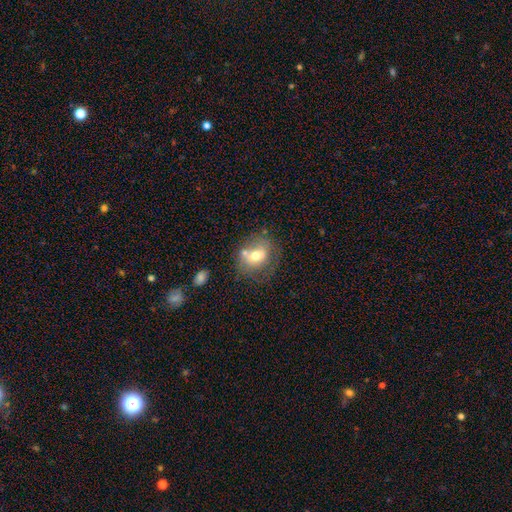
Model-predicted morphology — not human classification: Overall: smooth (60%; featured or disk 31%). How rounded: round (57%; in between 42%). Merging: none (51%; minor disturbance 22%).